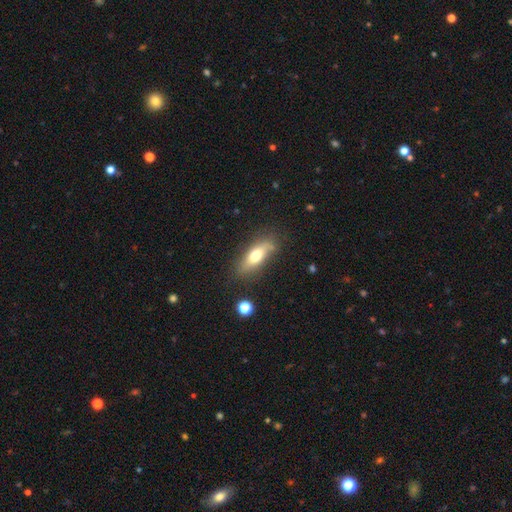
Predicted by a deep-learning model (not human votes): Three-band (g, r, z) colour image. It shows a smooth galaxy with no disk features (60%) that is in between round and cigar-shaped (59%). Merging: none (70%).